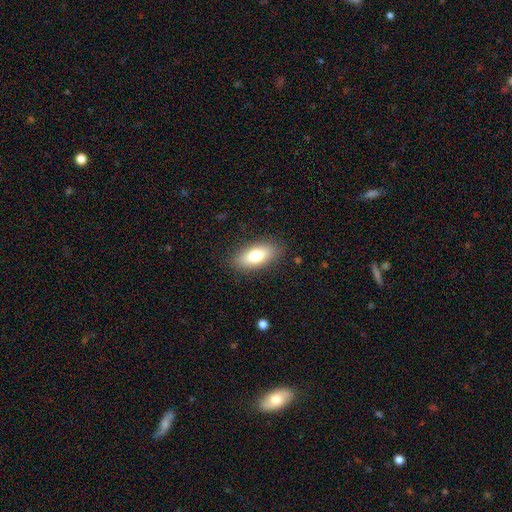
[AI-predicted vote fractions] smooth_or_featured: smooth (p=0.75) [alt: featured or disk p=0.17]
how_rounded: in between (p=0.82) [alt: cigar-shaped p=0.15]
merging: none (p=0.86) [alt: minor disturbance p=0.10]